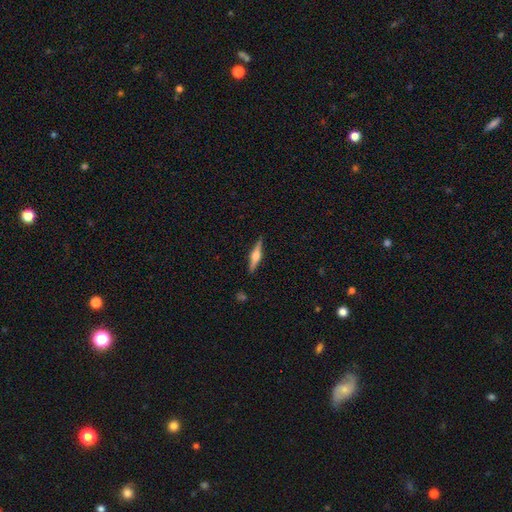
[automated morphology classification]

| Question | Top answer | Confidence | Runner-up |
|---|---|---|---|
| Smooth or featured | featured or disk | 67% | smooth (27%) |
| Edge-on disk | yes | 97% | no (3%) |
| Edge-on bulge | rounded | 90% | boxy (8%) |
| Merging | none | 90% | minor disturbance (8%) |